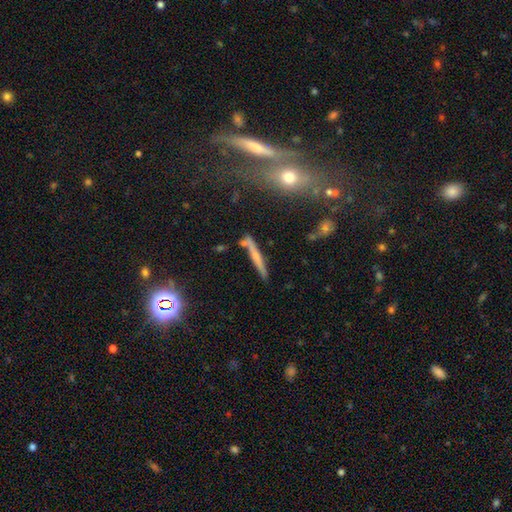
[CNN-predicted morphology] smooth_or_featured: featured or disk (p=0.45) [alt: smooth p=0.44]
merging: none (p=0.68) [alt: minor disturbance p=0.17]